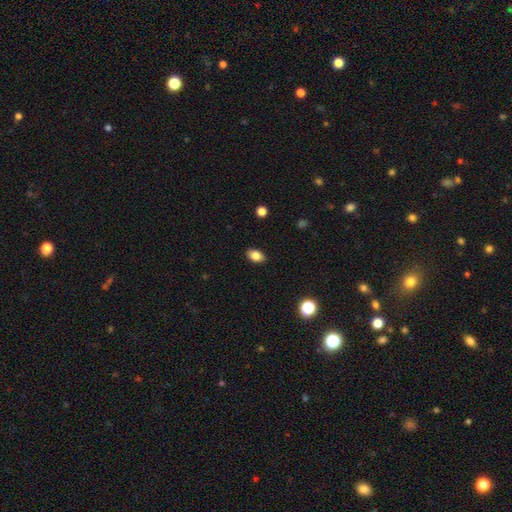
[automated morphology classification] Smooth or featured: smooth — 83% (star or artifact — 9%)
How rounded: in between — 88% (round — 11%)
Merging: none — 88% (minor disturbance — 9%)